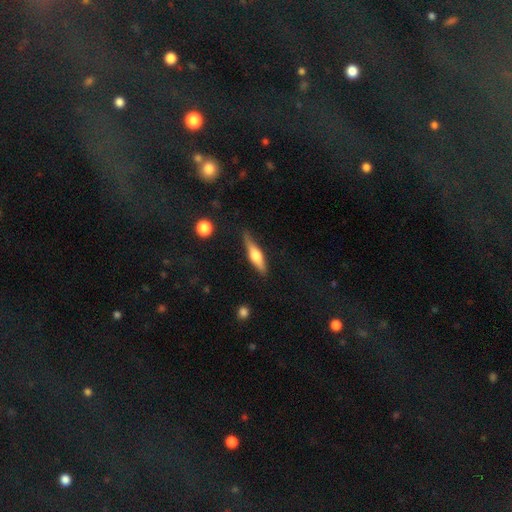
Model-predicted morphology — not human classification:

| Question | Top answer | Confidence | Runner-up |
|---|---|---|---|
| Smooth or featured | featured or disk | 53% | smooth (42%) |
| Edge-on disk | yes | 95% | no (5%) |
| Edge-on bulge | rounded | 90% | boxy (7%) |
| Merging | none | 79% | minor disturbance (16%) |